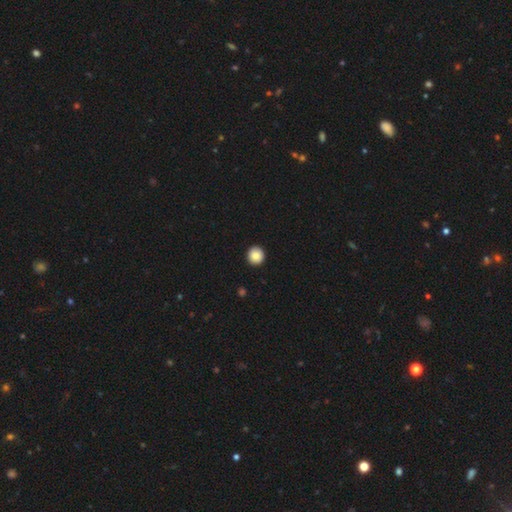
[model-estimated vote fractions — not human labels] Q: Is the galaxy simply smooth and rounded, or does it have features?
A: smooth — 87%.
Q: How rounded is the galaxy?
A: round — 93%.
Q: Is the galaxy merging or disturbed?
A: none — 92%.